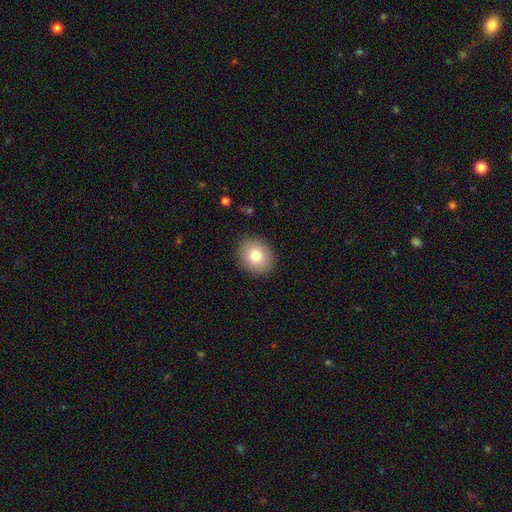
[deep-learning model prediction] Smooth or featured? smooth (79%)
How rounded? round (63%)
Merging? none (90%)